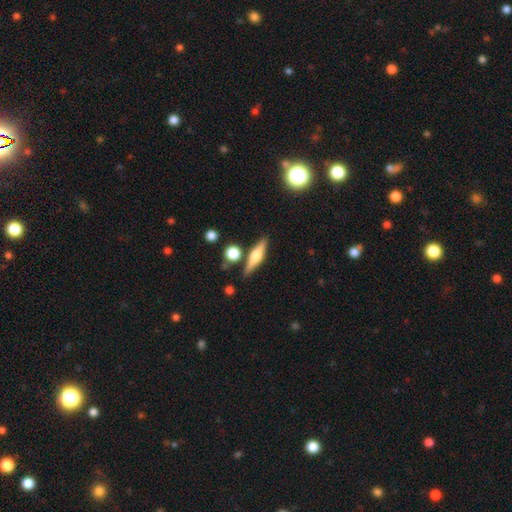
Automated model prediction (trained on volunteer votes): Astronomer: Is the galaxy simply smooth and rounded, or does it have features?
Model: featured or disk — 56% (runner-up: smooth, 37%).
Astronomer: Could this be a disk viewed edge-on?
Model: yes — 95%.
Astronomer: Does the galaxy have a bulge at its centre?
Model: rounded — 86%.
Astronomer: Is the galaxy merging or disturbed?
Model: none — 82%.